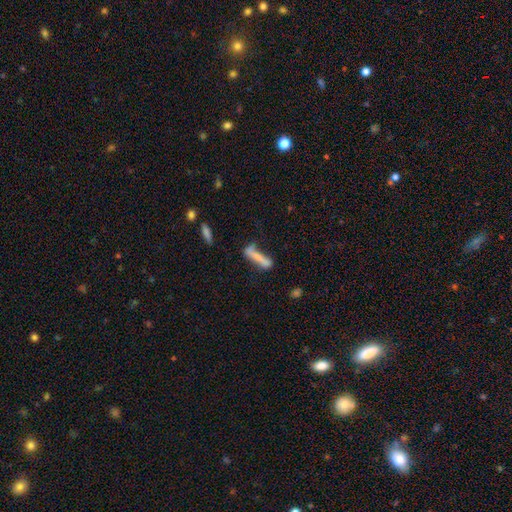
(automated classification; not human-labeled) The model was most divided on "merging": none: 44%, minor disturbance: 24%, major disturbance: 16%, merger: 15%. More confident: how rounded — cigar-shaped (86%); smooth or featured — smooth (65%).